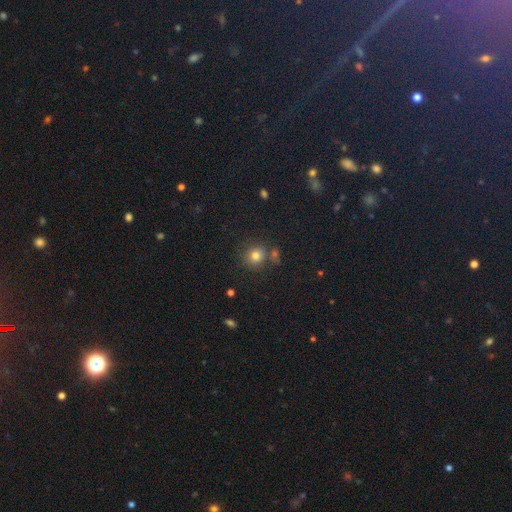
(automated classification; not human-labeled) A smooth galaxy with no disk features (78%) that is round (84%).

Vote fractions:
- Smooth or featured? smooth: 78% / star or artifact: 14% / featured or disk: 8%
- How rounded? round: 84% / in between: 15% / cigar-shaped: 1%
- Merging? none: 72% / merger: 13% / minor disturbance: 11% / major disturbance: 4%